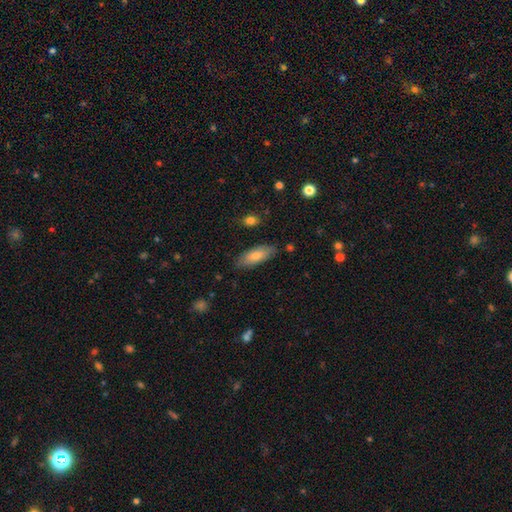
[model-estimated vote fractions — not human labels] smooth 79%, featured or disk 15%, star or artifact 6%. Down the decision tree: how rounded — in between (72%); merging — none (81%).